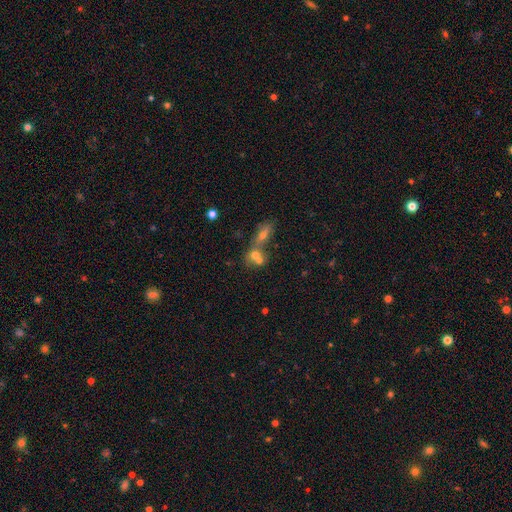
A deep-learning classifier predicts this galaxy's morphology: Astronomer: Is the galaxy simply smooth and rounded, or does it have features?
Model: smooth — 64%.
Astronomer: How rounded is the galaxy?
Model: round — 54% (runner-up: in between, 41%).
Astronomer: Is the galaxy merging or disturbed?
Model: merger — 66%.